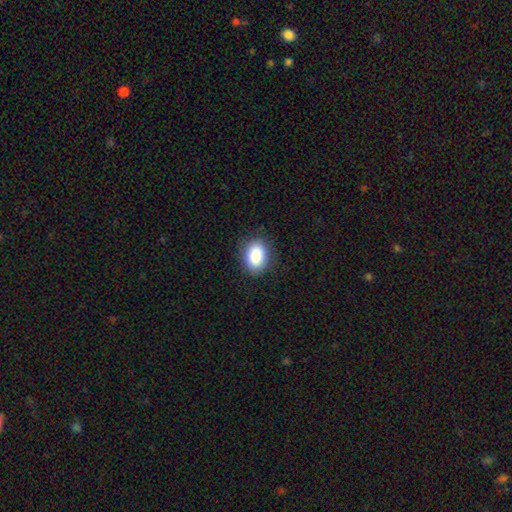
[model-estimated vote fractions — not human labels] Smooth or featured? smooth (88%)
How rounded? in between (79%)
Merging? none (86%)